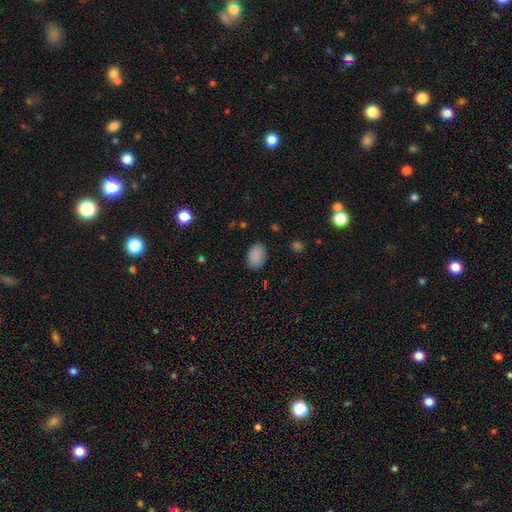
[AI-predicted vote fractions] Morphology: type=smooth (88%); roundness=in between (82%); merging=none (84%).